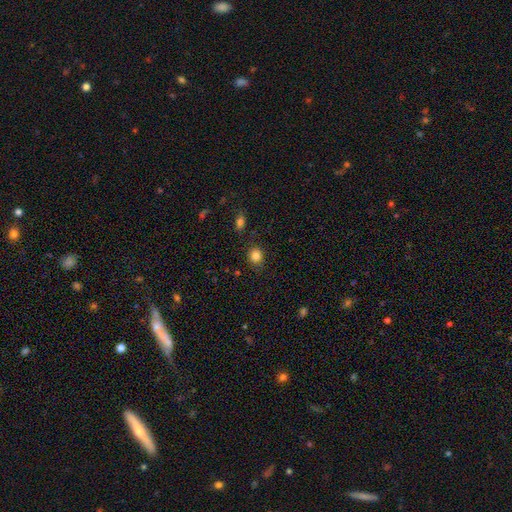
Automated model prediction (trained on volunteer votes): smooth 85%, star or artifact 11%, featured or disk 4%. Down the decision tree: how rounded — round (78%); merging — none (84%).